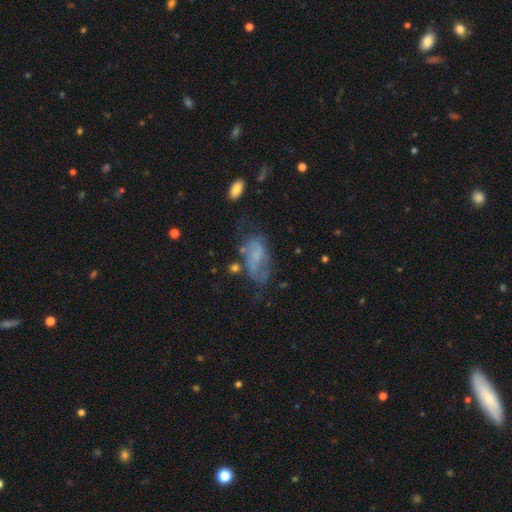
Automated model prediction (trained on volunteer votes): This appears to be a featured or disk galaxy (50%). Merging: none (40%).